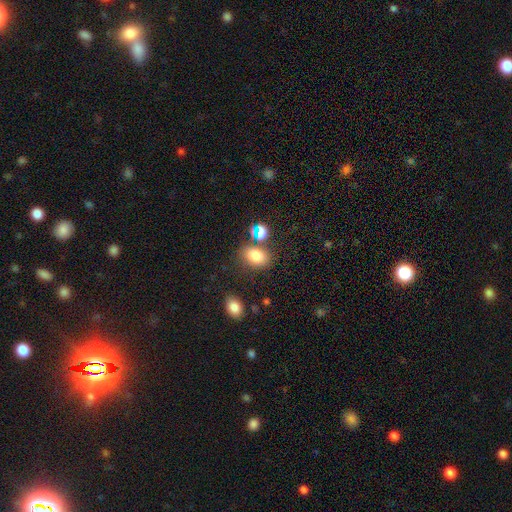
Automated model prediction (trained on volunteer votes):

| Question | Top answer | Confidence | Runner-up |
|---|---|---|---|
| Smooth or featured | smooth | 78% | star or artifact (13%) |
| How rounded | in between | 75% | round (24%) |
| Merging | none | 68% | merger (15%) |